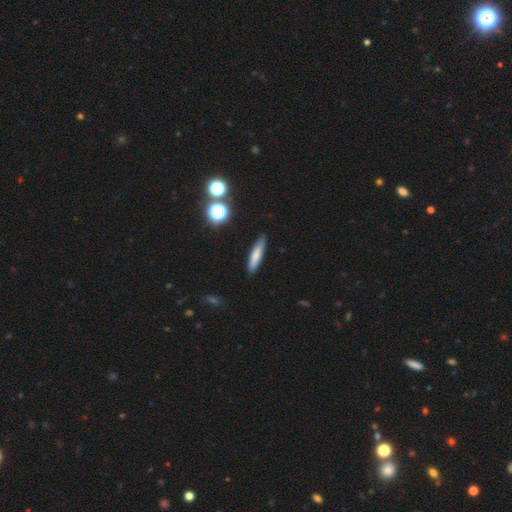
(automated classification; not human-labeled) Smooth or featured? smooth (74%)
How rounded? cigar-shaped (82%)
Merging? none (85%)